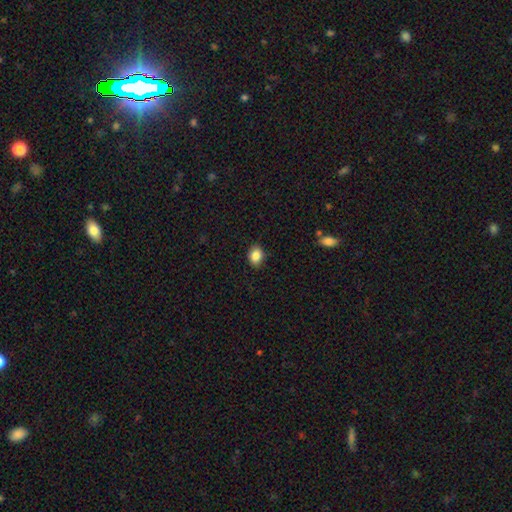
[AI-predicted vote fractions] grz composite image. It shows a smooth galaxy with no disk features (86%) that is in between round and cigar-shaped (62%). Merging: none (87%).